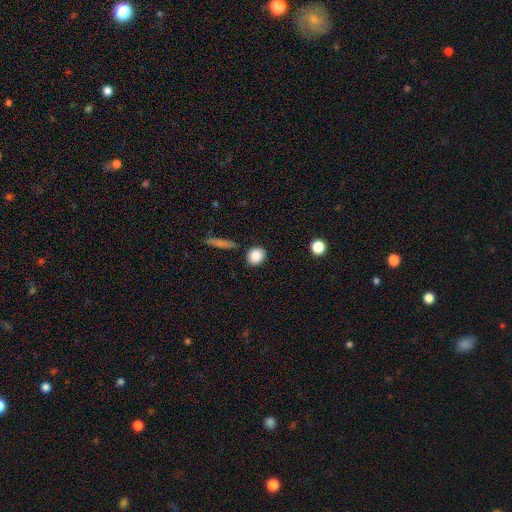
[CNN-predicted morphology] This appears to be a smooth galaxy with no disk features (87%) that is round (70%). Merging: none (86%).